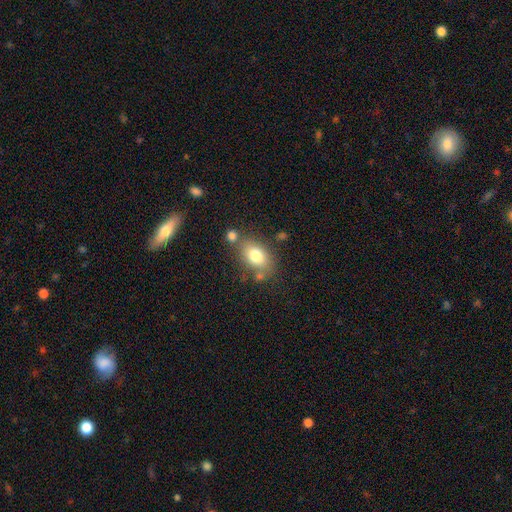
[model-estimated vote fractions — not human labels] Q: Smooth or featured?
A: smooth (77%); runner-up: featured or disk (14%)
Q: How rounded?
A: in between (82%); runner-up: round (17%)
Q: Merging?
A: none (66%); runner-up: minor disturbance (16%)